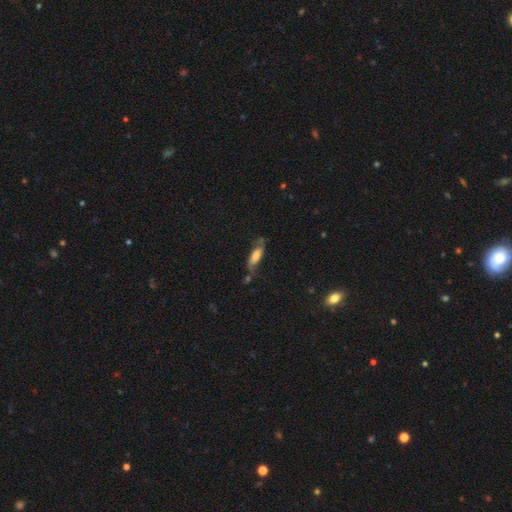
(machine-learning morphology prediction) smooth-or-featured: smooth: 52% | featured or disk: 39% | star or artifact: 9%
  how-rounded: in between: 50% | cigar-shaped: 47% | round: 3%
  merging: none: 54% | minor disturbance: 26% | major disturbance: 13% | merger: 7%